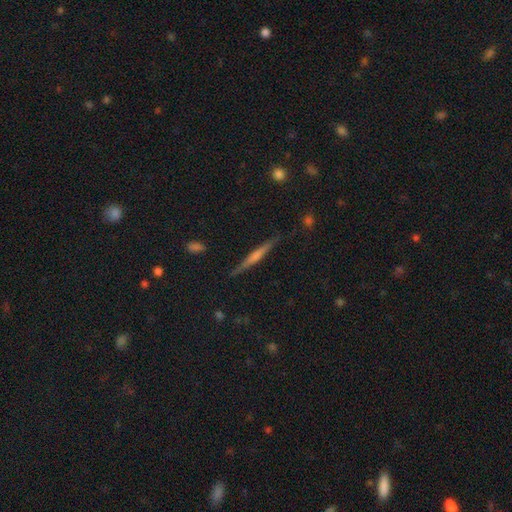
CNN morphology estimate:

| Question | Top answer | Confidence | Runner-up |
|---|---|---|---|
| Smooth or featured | featured or disk | 69% | smooth (20%) |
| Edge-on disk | yes | 97% | no (3%) |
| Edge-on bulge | rounded | 68% | none (20%) |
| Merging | none | 89% | minor disturbance (8%) |